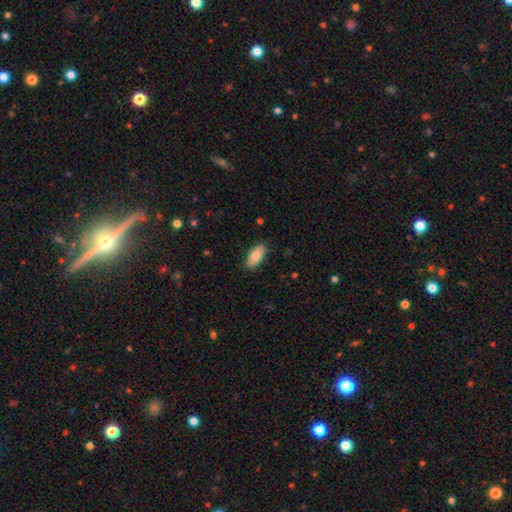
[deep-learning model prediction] smooth 77%, featured or disk 17%, star or artifact 6%. Down the decision tree: how rounded — in between (91%); merging — none (86%).